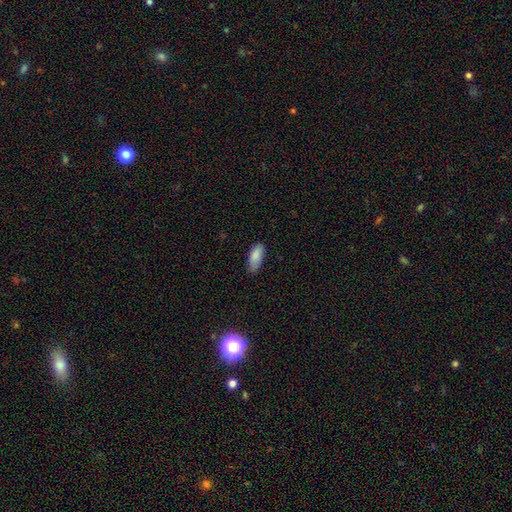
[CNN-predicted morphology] Smooth or featured: smooth — 87% (featured or disk — 7%)
How rounded: in between — 81% (cigar-shaped — 17%)
Merging: none — 77% (minor disturbance — 19%)